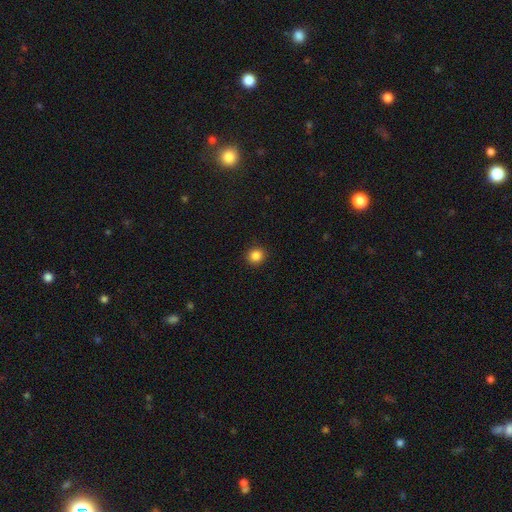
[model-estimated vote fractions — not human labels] A smooth galaxy with no disk features (86%) that is round (91%).

Vote fractions:
- Smooth or featured? smooth: 86% / star or artifact: 11% / featured or disk: 3%
- How rounded? round: 91% / in between: 9% / cigar-shaped: 1%
- Merging? none: 92% / minor disturbance: 5% / major disturbance: 2% / merger: 1%